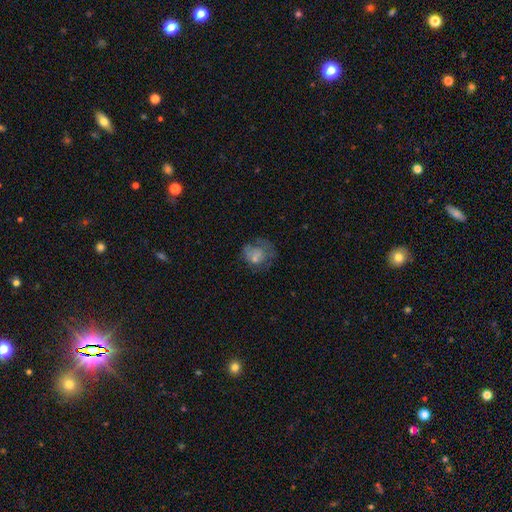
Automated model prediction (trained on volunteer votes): The model was most divided on "merging": none: 37%, major disturbance: 36%, minor disturbance: 24%, merger: 3%. More confident: smooth or featured — smooth (59%); how rounded — round (57%).